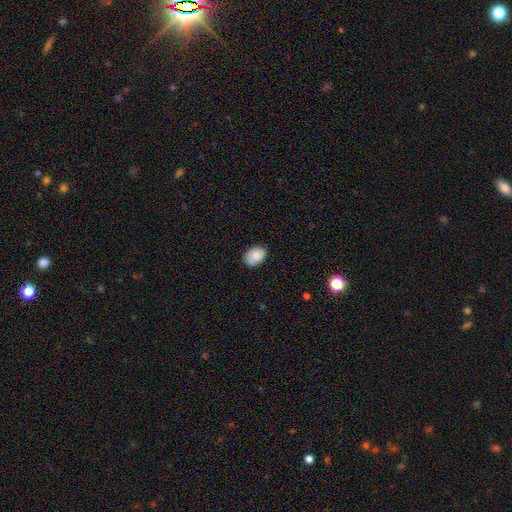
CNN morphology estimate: This is clearly a smooth galaxy (85%). How rounded: likely in between (78%). Merging: likely none (78%).